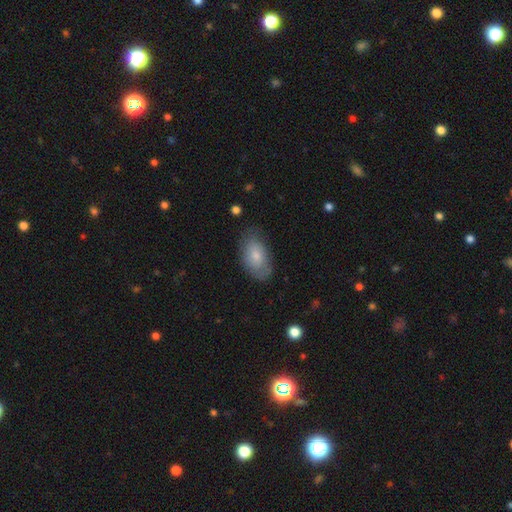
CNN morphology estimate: Smooth or featured?
  - smooth: 72% *
  - featured or disk: 22%
  - star or artifact: 6%
How rounded?
  - in between: 92% *
  - round: 6%
  - cigar-shaped: 2%
Merging?
  - none: 70% *
  - minor disturbance: 22%
  - major disturbance: 6%
  - merger: 1%